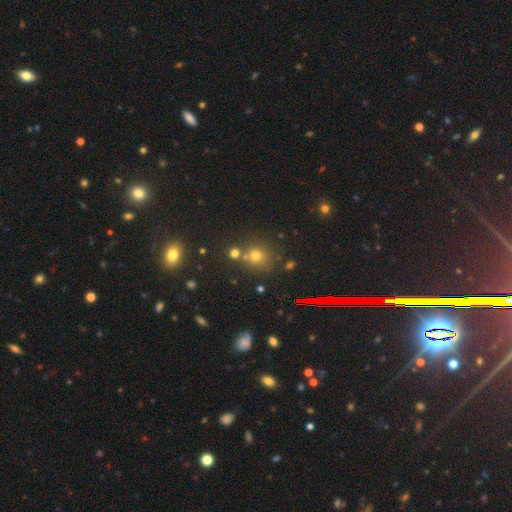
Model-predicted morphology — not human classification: type=smooth (67%); roundness=round (84%); merging=none (65%).